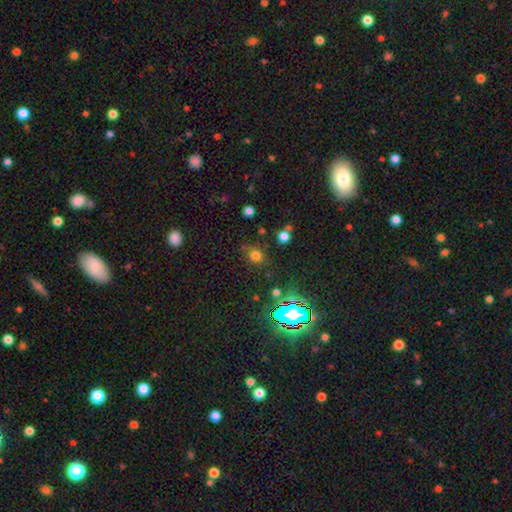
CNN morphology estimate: type=smooth (69%); roundness=round (63%); merging=none (74%).